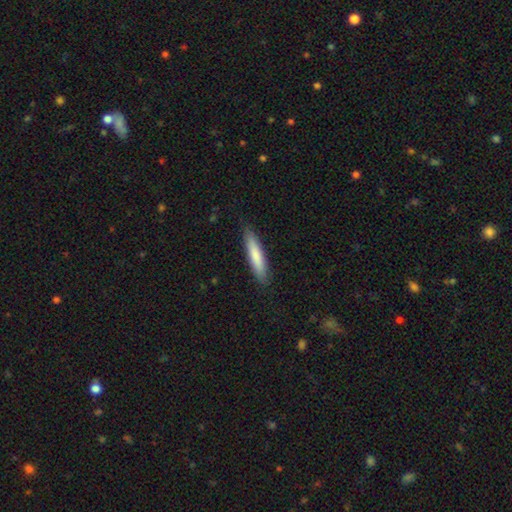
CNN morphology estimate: Smooth or featured?
  - smooth: 80% *
  - featured or disk: 15%
  - star or artifact: 5%
How rounded?
  - cigar-shaped: 86% *
  - in between: 13%
  - round: 1%
Merging?
  - none: 87% *
  - minor disturbance: 10%
  - major disturbance: 2%
  - merger: 1%